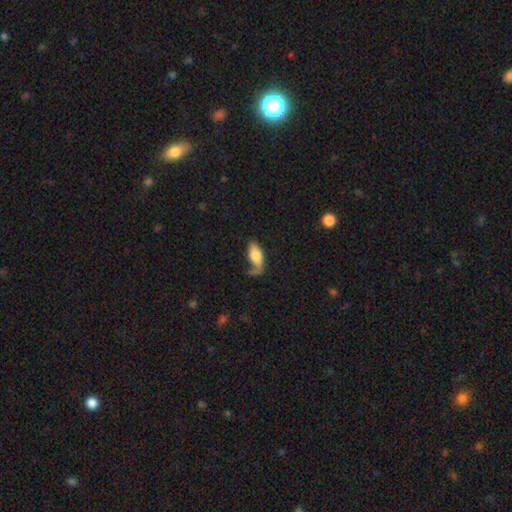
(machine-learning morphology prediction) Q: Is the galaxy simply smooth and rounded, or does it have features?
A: smooth — 68%.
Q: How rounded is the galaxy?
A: in between — 85%.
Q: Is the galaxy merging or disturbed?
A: none — 40%.